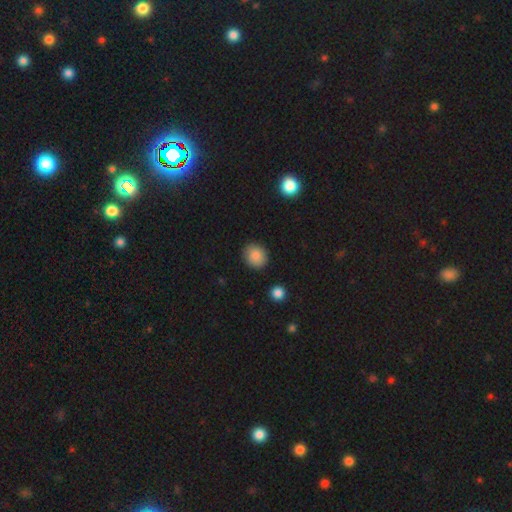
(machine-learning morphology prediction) Smooth or featured: smooth — 87% (star or artifact — 8%)
How rounded: round — 78% (in between — 21%)
Merging: none — 88% (minor disturbance — 9%)